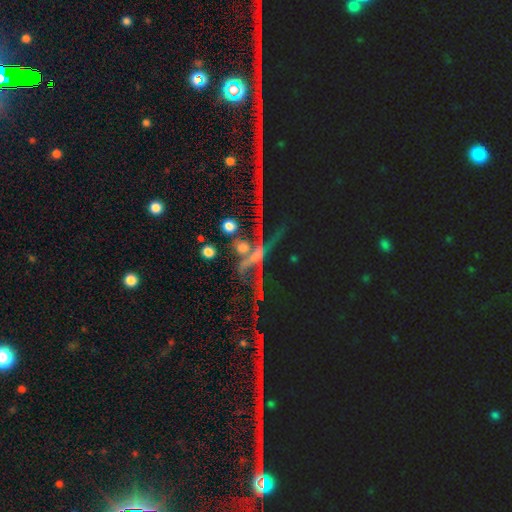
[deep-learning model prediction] The model was most divided on "smooth or featured": featured or disk: 46%, star or artifact: 40%, smooth: 14%. Remaining: merging — none (41%).